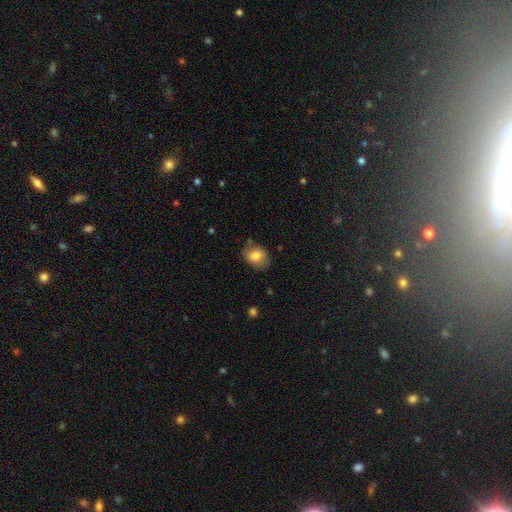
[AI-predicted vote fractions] Q: Smooth or featured?
A: smooth (79%); runner-up: featured or disk (13%)
Q: How rounded?
A: in between (55%); runner-up: round (44%)
Q: Merging?
A: none (74%); runner-up: minor disturbance (19%)